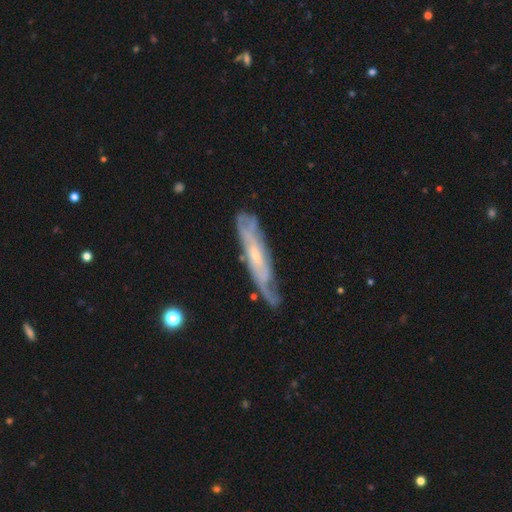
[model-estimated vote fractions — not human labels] smooth-or-featured: featured or disk: 76% | smooth: 17% | star or artifact: 6%
  disk-edge-on: no: 60% | yes: 40%
  merging: none: 63% | minor disturbance: 25% | major disturbance: 10% | merger: 2%